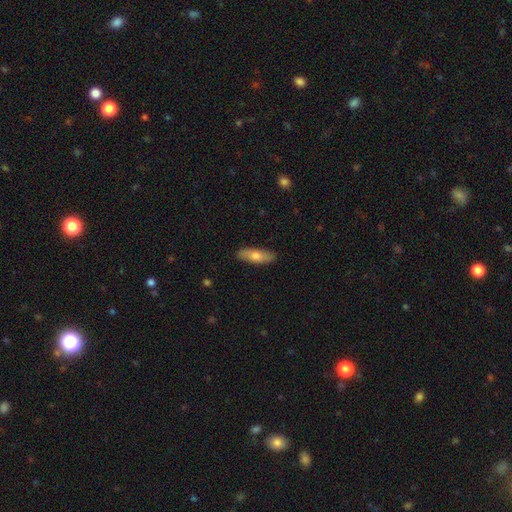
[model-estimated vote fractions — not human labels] A smooth galaxy with no disk features (71%) that is in between round and cigar-shaped (59%).

Vote fractions:
- Smooth or featured? smooth: 71% / featured or disk: 24% / star or artifact: 6%
- How rounded? in between: 59% / cigar-shaped: 38% / round: 2%
- Merging? none: 88% / minor disturbance: 9% / major disturbance: 2% / merger: 1%